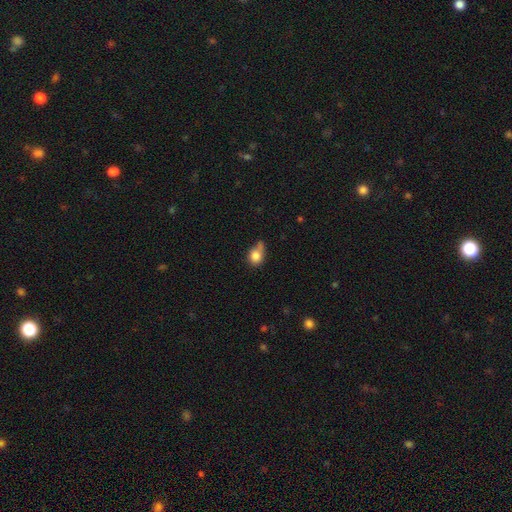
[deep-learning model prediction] Q: Smooth or featured?
A: smooth (81%); runner-up: star or artifact (10%)
Q: How rounded?
A: round (62%); runner-up: in between (37%)
Q: Merging?
A: none (41%); runner-up: minor disturbance (30%)